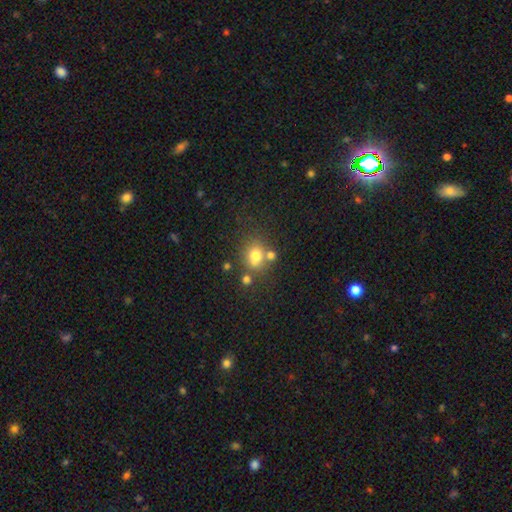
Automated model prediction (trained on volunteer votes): Q: Smooth or featured?
A: smooth (72%); runner-up: star or artifact (15%)
Q: How rounded?
A: round (71%); runner-up: in between (28%)
Q: Merging?
A: none (59%); runner-up: merger (23%)